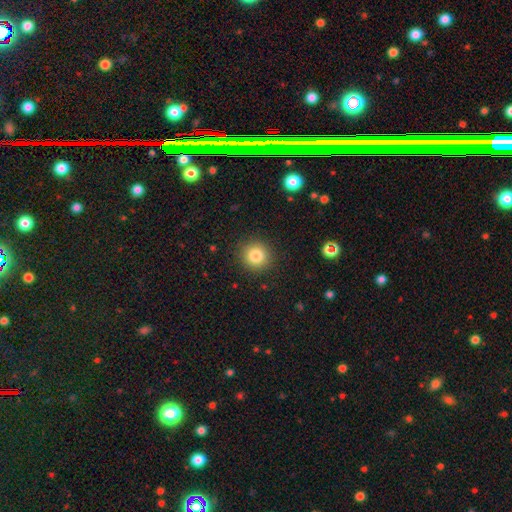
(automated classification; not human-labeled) A smooth galaxy with no disk features (83%) that is round (93%).

Vote fractions:
- Smooth or featured? smooth: 83% / star or artifact: 10% / featured or disk: 6%
- How rounded? round: 93% / in between: 6% / cigar-shaped: 1%
- Merging? none: 90% / minor disturbance: 6% / major disturbance: 2% / merger: 1%